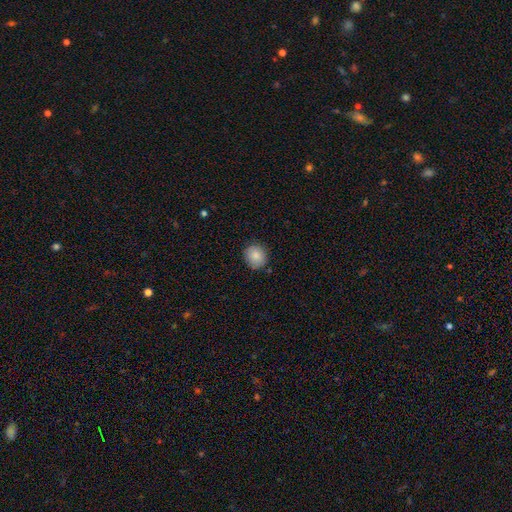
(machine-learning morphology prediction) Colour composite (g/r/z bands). It shows a smooth galaxy with no disk features (86%) that is round (80%). Merging: none (85%).